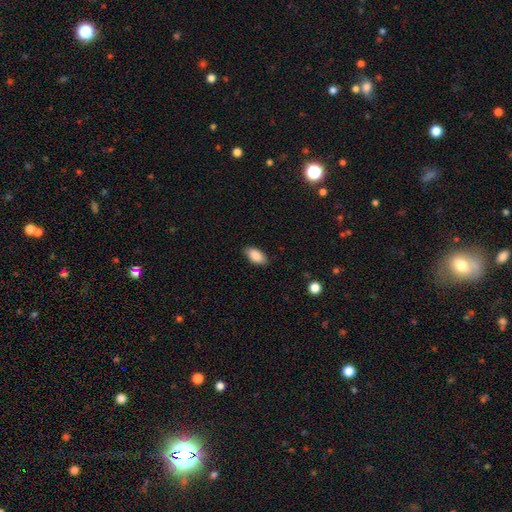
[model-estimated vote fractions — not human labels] A smooth galaxy with no disk features (88%) that is in between round and cigar-shaped (93%). Merging: none (85%).